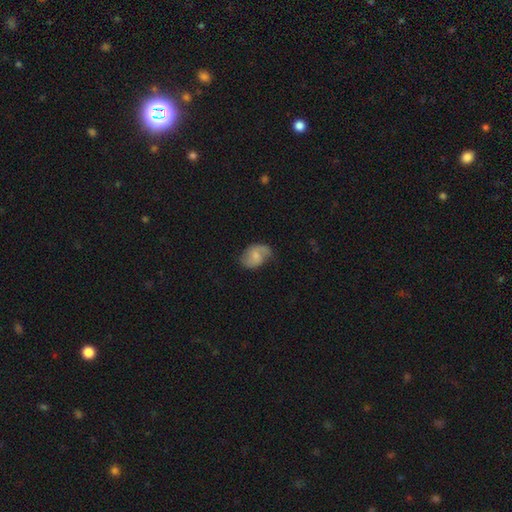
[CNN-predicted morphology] Smooth or featured? Predicted: featured or disk (p=0.50). Edge-on disk? Predicted: no (p=0.97). Merging? Predicted: none (p=0.61).